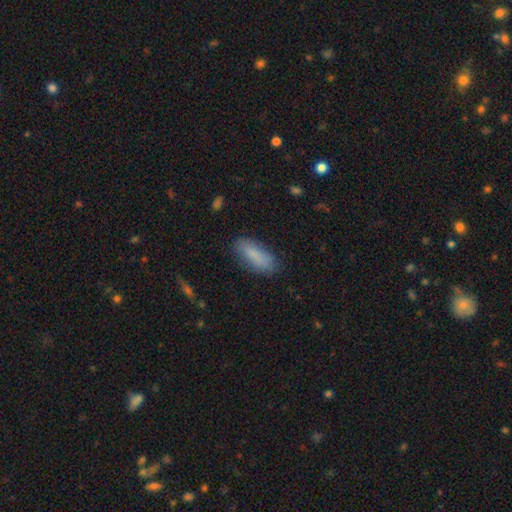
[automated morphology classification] type=smooth (85%); roundness=in between (69%); merging=none (81%).